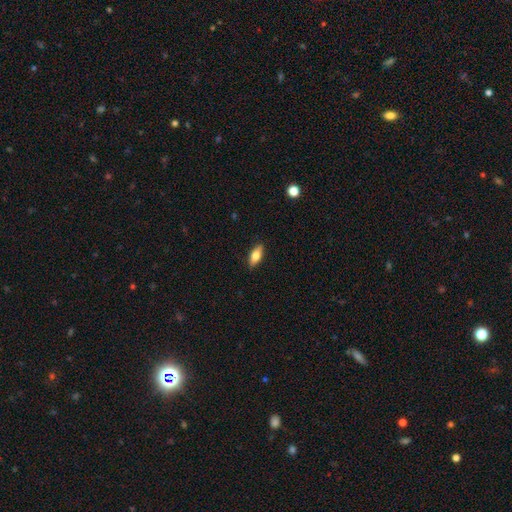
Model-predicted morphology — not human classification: This is likely a smooth galaxy (70%). How rounded: likely in between (78%). Merging: clearly none (88%).